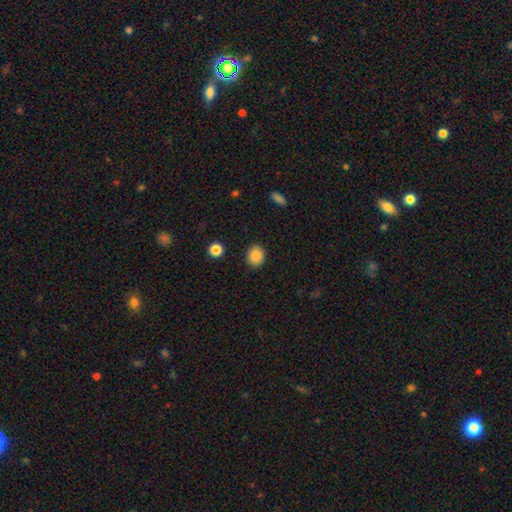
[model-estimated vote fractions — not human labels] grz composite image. It shows a smooth galaxy with no disk features (88%) that is round (69%). Merging: none (90%).